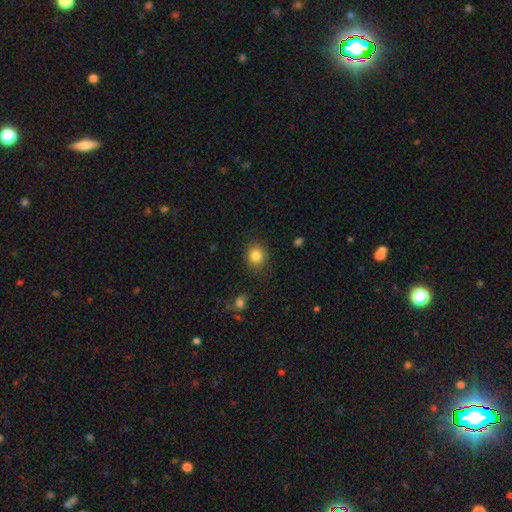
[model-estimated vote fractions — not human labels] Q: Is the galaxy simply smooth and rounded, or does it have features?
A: smooth — 84%.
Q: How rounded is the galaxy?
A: round — 79%.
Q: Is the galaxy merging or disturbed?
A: none — 86%.